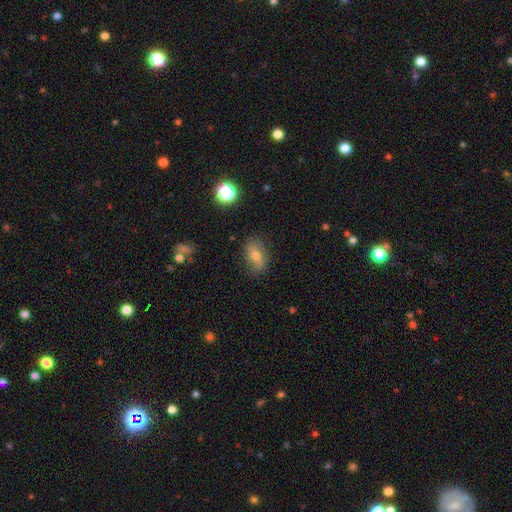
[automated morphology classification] Smooth or featured: smooth — 65% (featured or disk — 23%)
How rounded: in between — 85% (round — 11%)
Merging: none — 81% (minor disturbance — 14%)